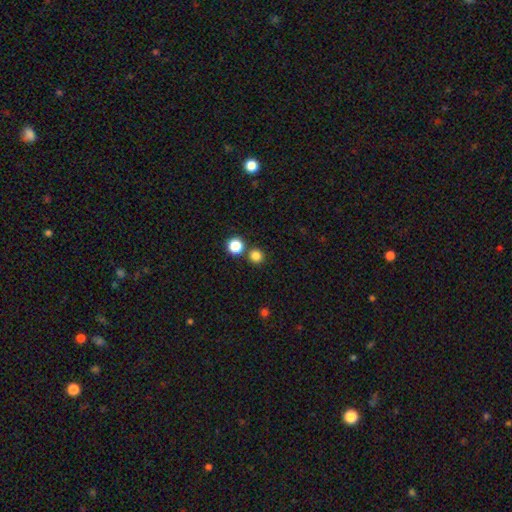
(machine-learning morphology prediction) Overall: smooth (82%). How rounded: round (93%). Merging: none (81%).